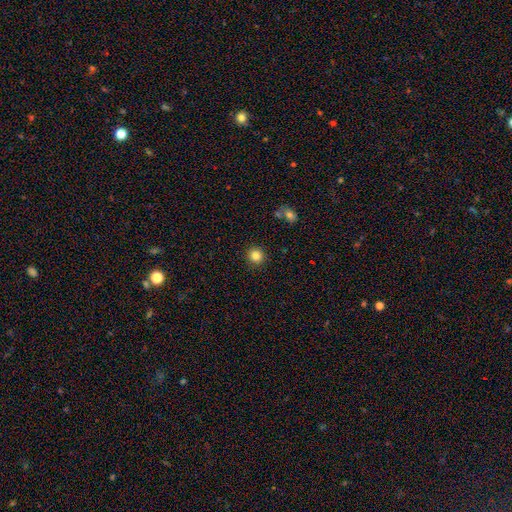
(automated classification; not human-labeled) smooth 84%, star or artifact 11%, featured or disk 5%. Down the decision tree: how rounded — round (94%); merging — none (91%).